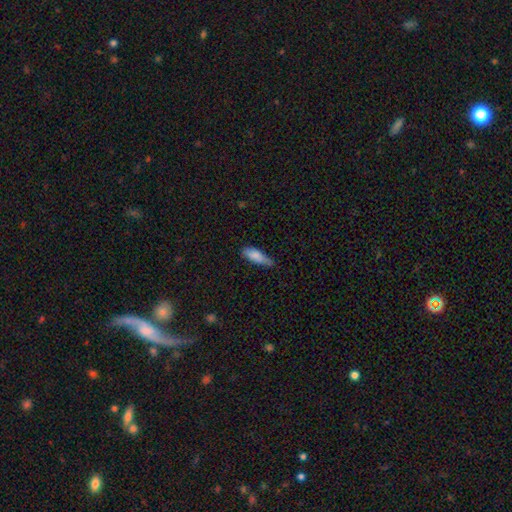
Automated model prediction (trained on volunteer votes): Smooth or featured: smooth — 83% (featured or disk — 11%)
How rounded: in between — 55% (cigar-shaped — 43%)
Merging: none — 55% (minor disturbance — 36%)